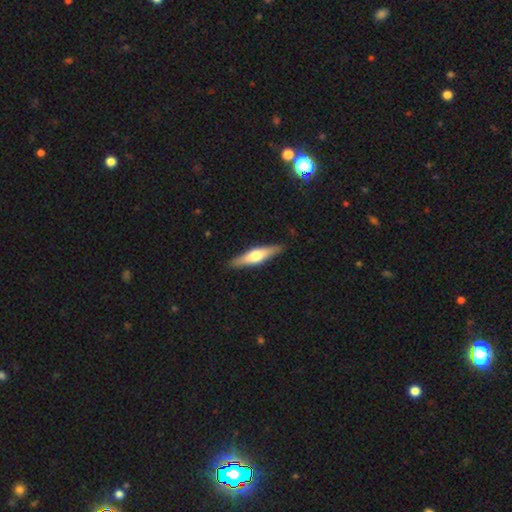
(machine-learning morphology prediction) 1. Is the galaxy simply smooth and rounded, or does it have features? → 54% featured or disk, 41% smooth, 5% star or artifact.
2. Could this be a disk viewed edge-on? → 94% yes, 6% no.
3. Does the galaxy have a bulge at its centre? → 91% rounded, 6% boxy, 3% none.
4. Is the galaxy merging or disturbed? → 89% none, 8% minor disturbance, 2% major disturbance, 1% merger.